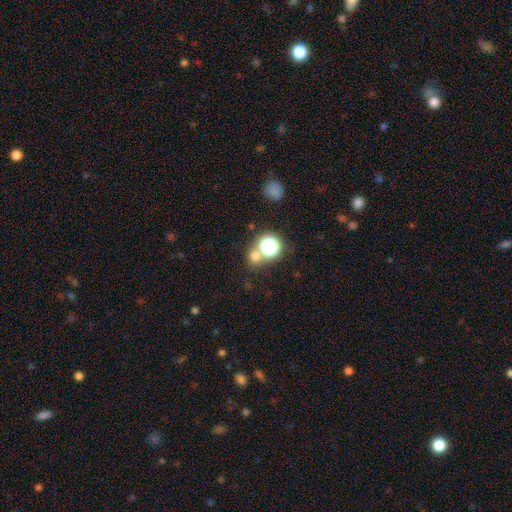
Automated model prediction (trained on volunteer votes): The model was most divided on "smooth or featured": smooth: 63%, star or artifact: 30%, featured or disk: 7%. More confident: how rounded — round (85%); merging — none (63%).